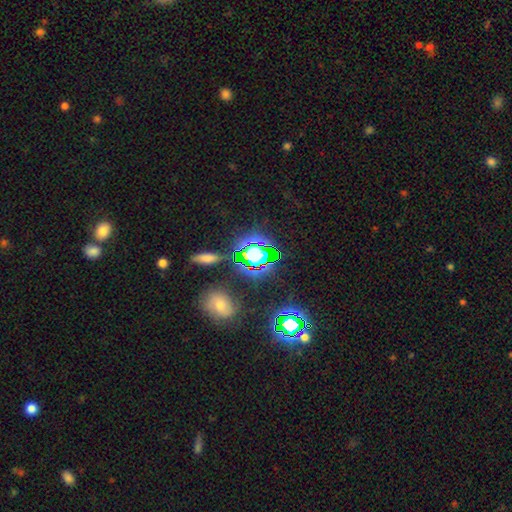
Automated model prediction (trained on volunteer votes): Smooth or featured? star or artifact (62%)